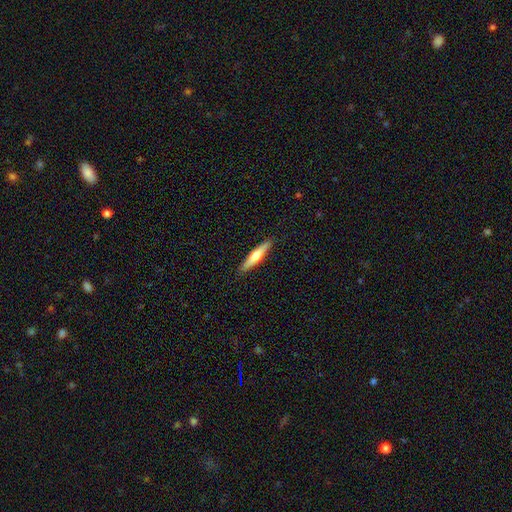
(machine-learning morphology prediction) Overall: featured or disk (48%; smooth 47%). Merging: none (91%).